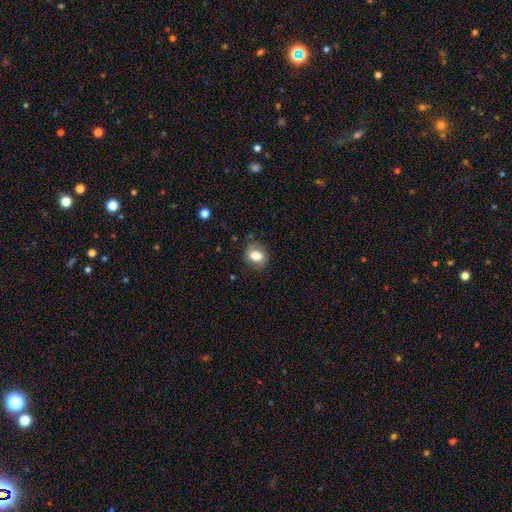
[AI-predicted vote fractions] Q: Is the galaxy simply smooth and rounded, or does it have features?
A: smooth — 76%.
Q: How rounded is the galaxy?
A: in between — 50%.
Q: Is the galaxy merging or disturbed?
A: none — 76%.